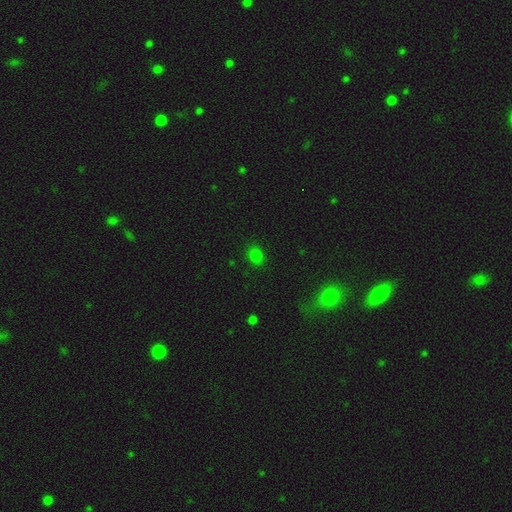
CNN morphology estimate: This appears to be a smooth galaxy with no disk features (78%) that is round (62%). Merging: none (88%).